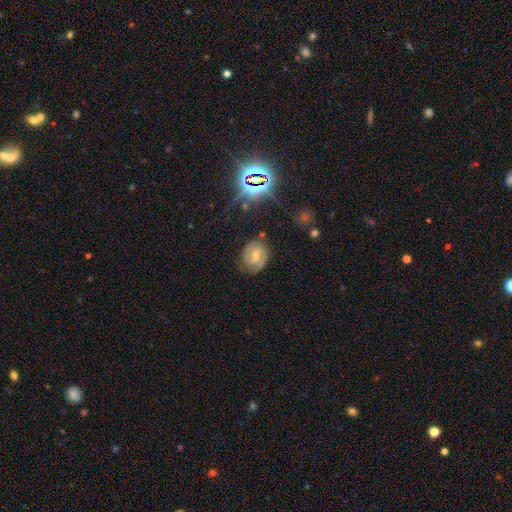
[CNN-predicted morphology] The model was most divided on "spiral winding": tight: 48%, medium: 41%, loose: 11%. More confident: edge-on disk — no (97%); spiral arms — yes (90%); spiral arm count — 2 (77%); merging — none (75%); smooth or featured — featured or disk (68%); bulge size — moderate (53%); bar — weak (50%).